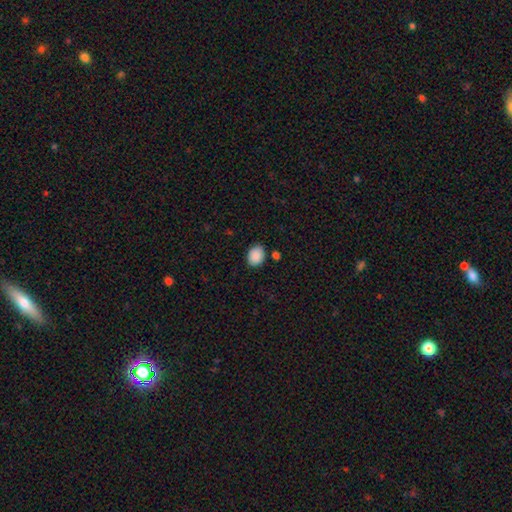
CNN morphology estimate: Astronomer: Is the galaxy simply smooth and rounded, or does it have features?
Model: smooth — 89%.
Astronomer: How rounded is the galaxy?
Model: in between — 59% (runner-up: round, 40%).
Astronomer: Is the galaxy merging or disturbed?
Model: none — 82%.